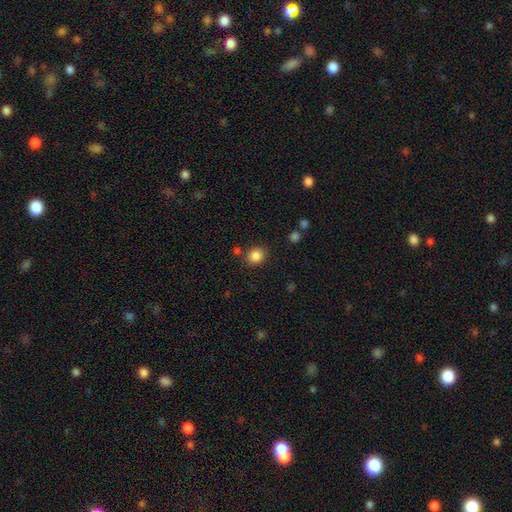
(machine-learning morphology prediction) Smooth or featured? smooth (86%)
How rounded? round (77%)
Merging? none (81%)